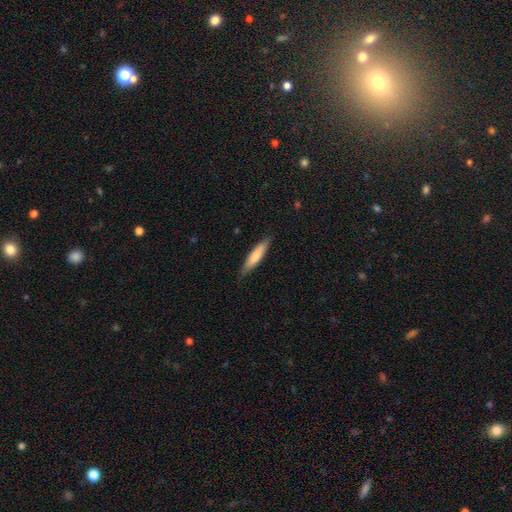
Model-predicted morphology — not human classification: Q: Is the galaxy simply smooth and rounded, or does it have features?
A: smooth — 74%.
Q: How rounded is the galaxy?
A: cigar-shaped — 83%.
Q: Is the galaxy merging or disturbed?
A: none — 85%.